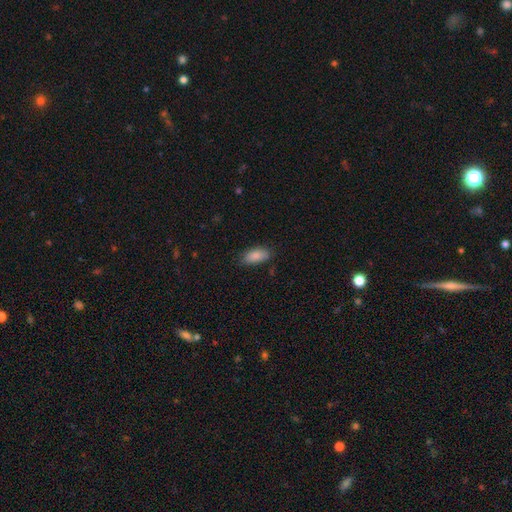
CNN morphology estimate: smooth_or_featured: smooth (p=0.86) [alt: star or artifact p=0.07]
how_rounded: in between (p=0.90) [alt: cigar-shaped p=0.07]
merging: none (p=0.77) [alt: minor disturbance p=0.18]